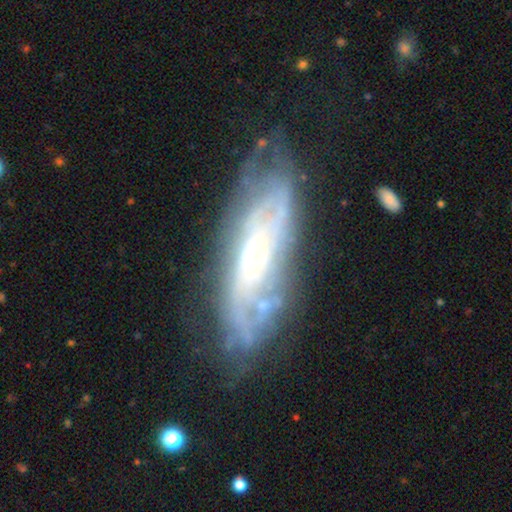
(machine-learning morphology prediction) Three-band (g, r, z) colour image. It shows a featured or disk galaxy (78%) with no bar (69%), tight (65%) spiral arms (83%) and a small central bulge (64%). Merging: none (69%).